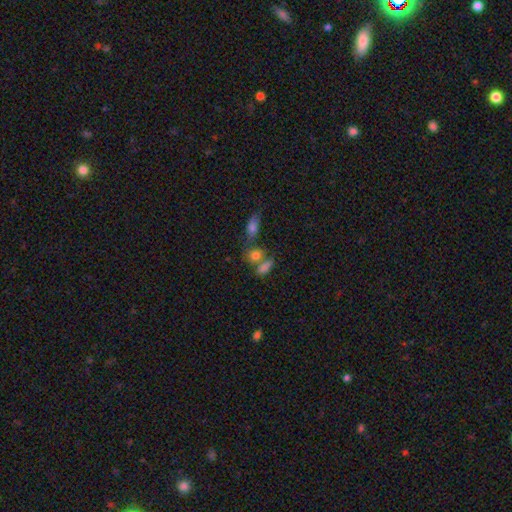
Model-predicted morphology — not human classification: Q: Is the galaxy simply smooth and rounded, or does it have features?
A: smooth — 79%.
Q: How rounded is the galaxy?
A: in between — 56%.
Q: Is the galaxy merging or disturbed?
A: none — 44%.